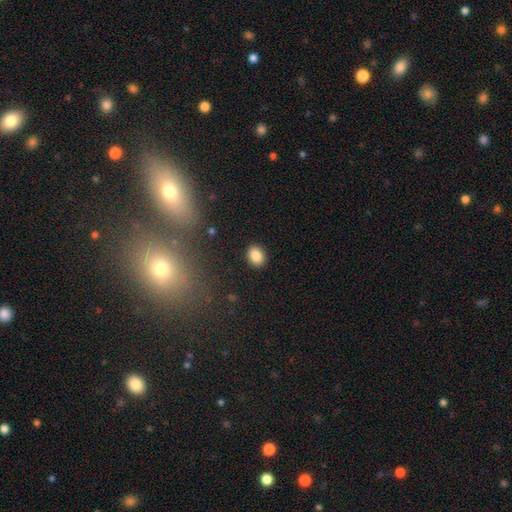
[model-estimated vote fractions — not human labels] Smooth or featured? smooth (86%)
How rounded? in between (56%)
Merging? none (89%)